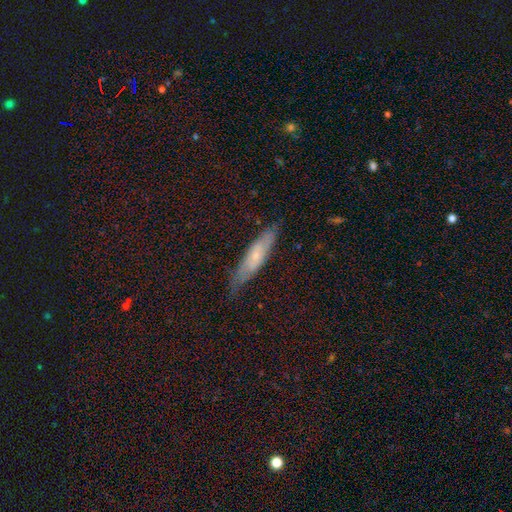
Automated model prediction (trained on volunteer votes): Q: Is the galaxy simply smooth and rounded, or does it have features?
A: smooth — 47%.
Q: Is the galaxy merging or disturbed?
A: none — 72%.